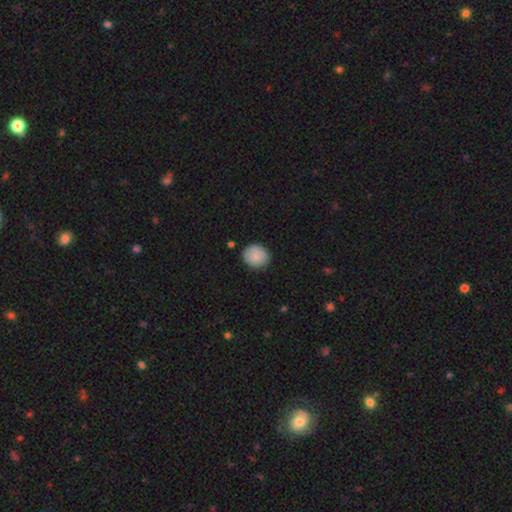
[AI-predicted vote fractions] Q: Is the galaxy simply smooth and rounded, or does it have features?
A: smooth — 83%.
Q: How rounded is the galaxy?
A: round — 78%.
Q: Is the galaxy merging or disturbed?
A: none — 84%.